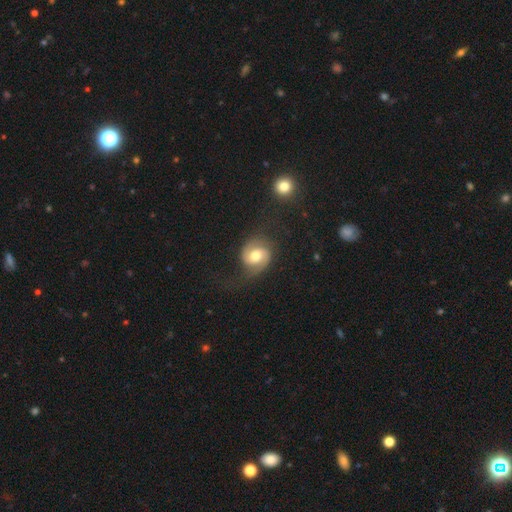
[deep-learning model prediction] featured or disk 73%, smooth 21%, star or artifact 7%. Down the decision tree: edge-on disk — no (98%); bar — no (50%); spiral arms — yes (94%); spiral arm count — 2 (88%); spiral winding — medium (46%); bulge size — moderate (71%); merging — none (62%).